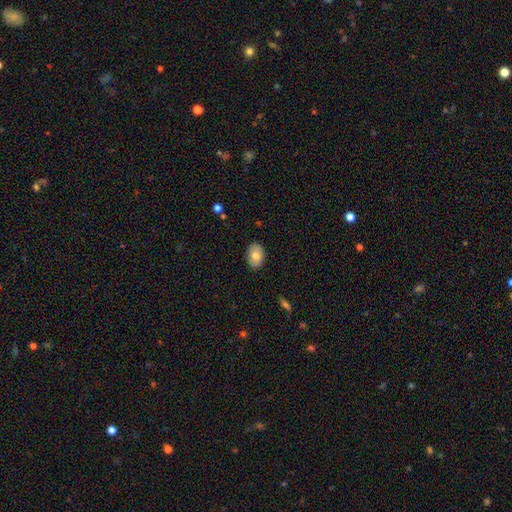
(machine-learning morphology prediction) smooth-or-featured: smooth: 75% | featured or disk: 18% | star or artifact: 7%
  how-rounded: in between: 79% | round: 20% | cigar-shaped: 1%
  merging: none: 87% | minor disturbance: 10% | major disturbance: 2% | merger: 1%